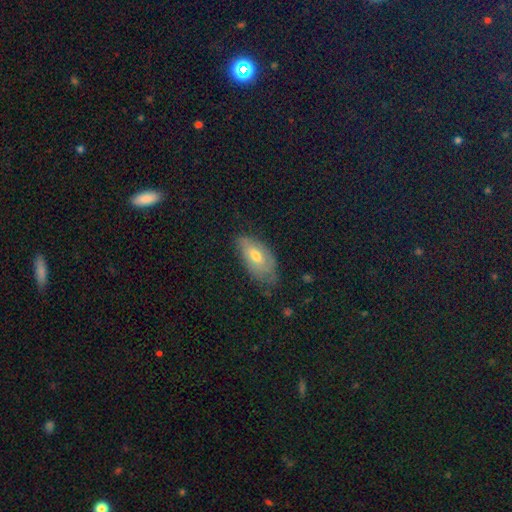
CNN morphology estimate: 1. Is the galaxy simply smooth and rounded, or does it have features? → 62% smooth, 31% featured or disk, 7% star or artifact.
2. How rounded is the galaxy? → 90% in between, 7% cigar-shaped, 3% round.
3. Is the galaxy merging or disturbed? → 57% none, 33% minor disturbance, 8% major disturbance, 2% merger.